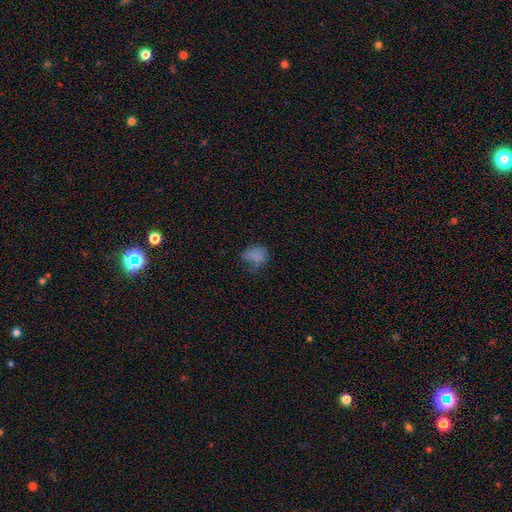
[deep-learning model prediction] Smooth or featured: smooth — 73% (star or artifact — 14%)
How rounded: in between — 59% (round — 40%)
Merging: none — 41% (minor disturbance — 31%)